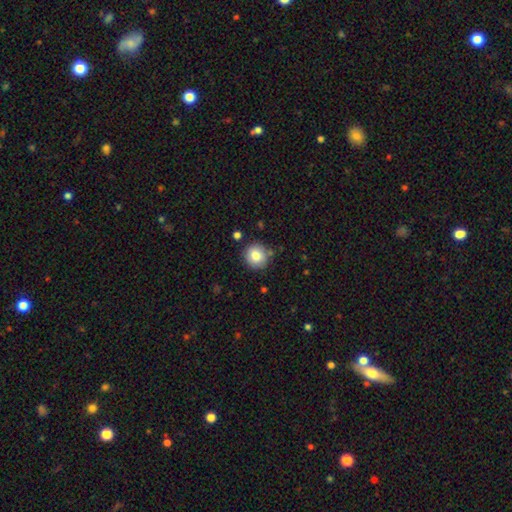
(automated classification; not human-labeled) smooth-or-featured: smooth: 80% | featured or disk: 10% | star or artifact: 10%
  how-rounded: round: 92% | in between: 7% | cigar-shaped: 1%
  merging: none: 84% | minor disturbance: 10% | merger: 4% | major disturbance: 3%